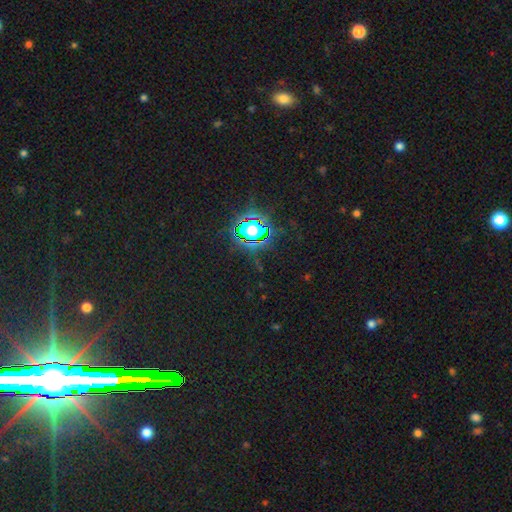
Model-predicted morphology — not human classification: A star or artifact, not a galaxy (81%).

Vote fractions:
- Smooth or featured? star or artifact: 81% / smooth: 12% / featured or disk: 7%